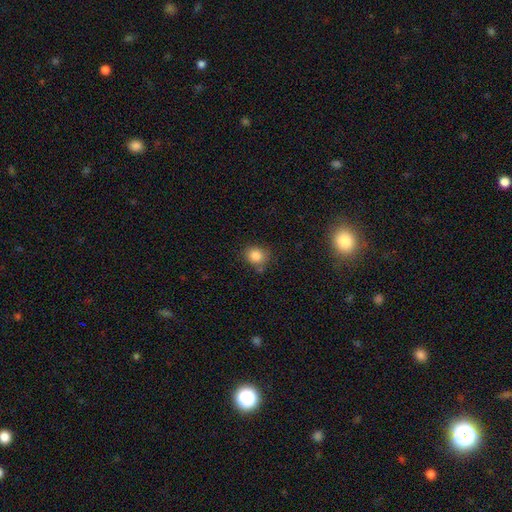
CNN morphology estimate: This appears to be a smooth galaxy with no disk features (84%) that is round (78%). Merging: none (68%).